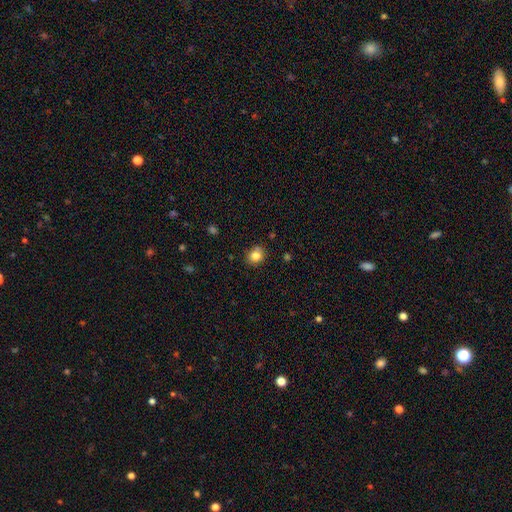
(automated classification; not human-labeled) Smooth or featured?
  - smooth: 82% *
  - star or artifact: 11%
  - featured or disk: 7%
How rounded?
  - round: 70% *
  - in between: 29%
  - cigar-shaped: 1%
Merging?
  - none: 81% *
  - minor disturbance: 14%
  - merger: 3%
  - major disturbance: 3%